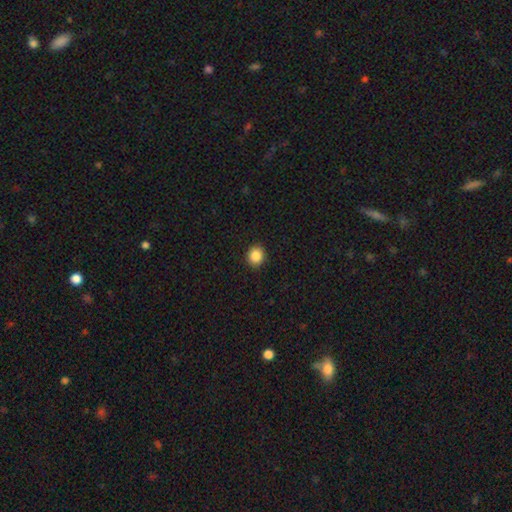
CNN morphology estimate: Q: Smooth or featured?
A: smooth (87%); runner-up: star or artifact (10%)
Q: How rounded?
A: round (79%); runner-up: in between (20%)
Q: Merging?
A: none (92%); runner-up: minor disturbance (6%)